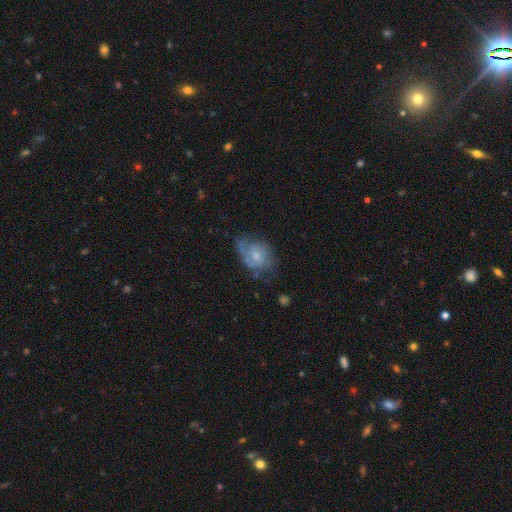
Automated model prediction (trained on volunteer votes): Smooth or featured?
  - featured or disk: 50% *
  - smooth: 42%
  - star or artifact: 8%
Merging?
  - none: 41% *
  - minor disturbance: 31%
  - major disturbance: 25%
  - merger: 3%